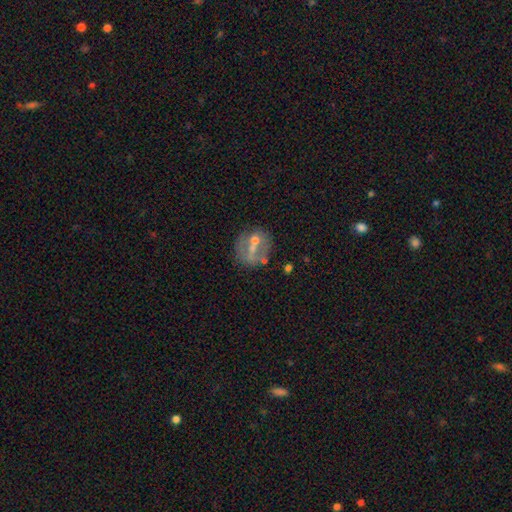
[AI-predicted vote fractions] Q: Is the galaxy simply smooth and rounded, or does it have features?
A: featured or disk — 51%.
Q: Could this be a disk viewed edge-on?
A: no — 93%.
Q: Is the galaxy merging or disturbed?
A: none — 60%.